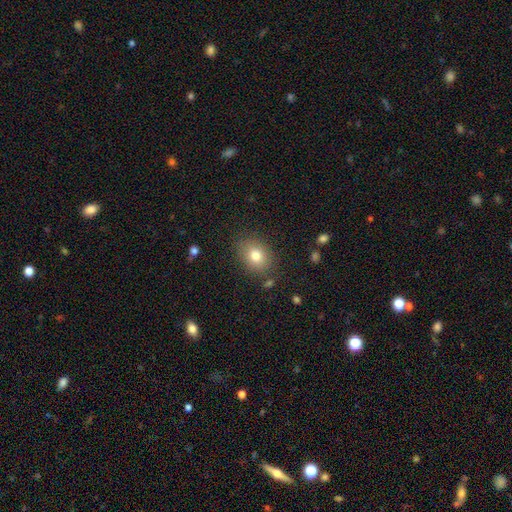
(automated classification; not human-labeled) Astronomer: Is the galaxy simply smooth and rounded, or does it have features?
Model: smooth — 78%.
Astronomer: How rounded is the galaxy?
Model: in between — 58% (runner-up: round, 41%).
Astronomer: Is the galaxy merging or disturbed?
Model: none — 82%.